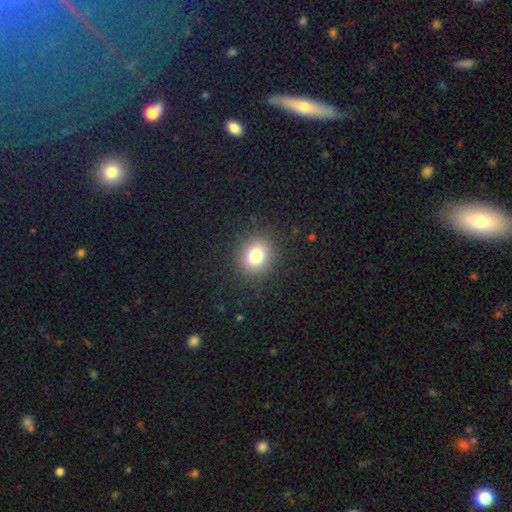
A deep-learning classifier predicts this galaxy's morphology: Smooth or featured? Predicted: smooth (p=0.79). How rounded? Predicted: round (p=0.74). Merging? Predicted: none (p=0.88).